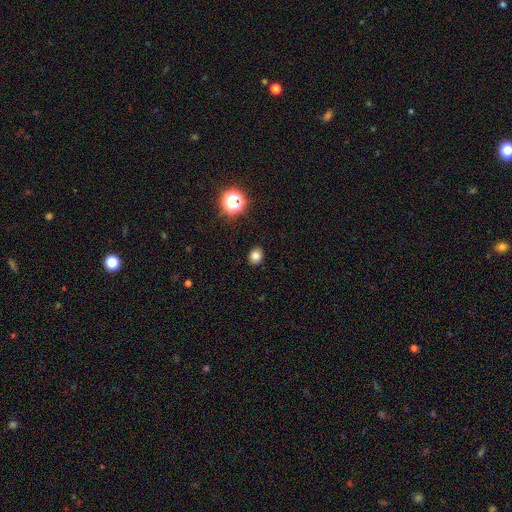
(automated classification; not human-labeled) Overall: smooth (79%). How rounded: round (52%; in between 47%). Merging: none (90%).